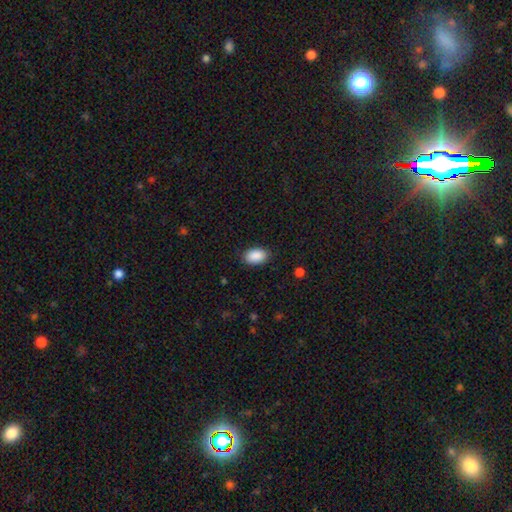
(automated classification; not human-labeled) A smooth galaxy with no disk features (90%) that is in between round and cigar-shaped (92%). Merging: none (87%).